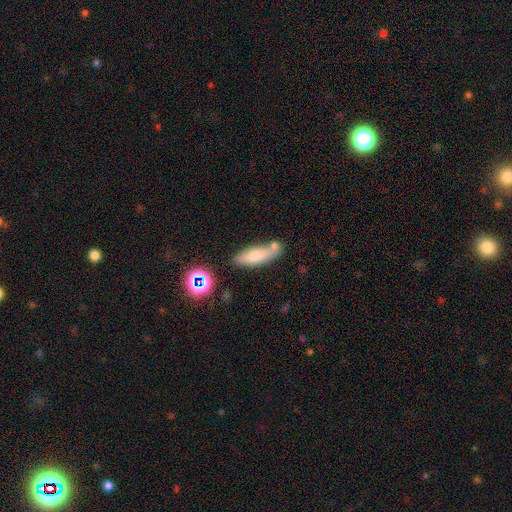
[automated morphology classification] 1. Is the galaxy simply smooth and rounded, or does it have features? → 74% smooth, 17% featured or disk, 9% star or artifact.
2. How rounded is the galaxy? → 55% in between, 42% cigar-shaped, 3% round.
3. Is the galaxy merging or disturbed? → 63% none, 16% merger, 16% minor disturbance, 5% major disturbance.